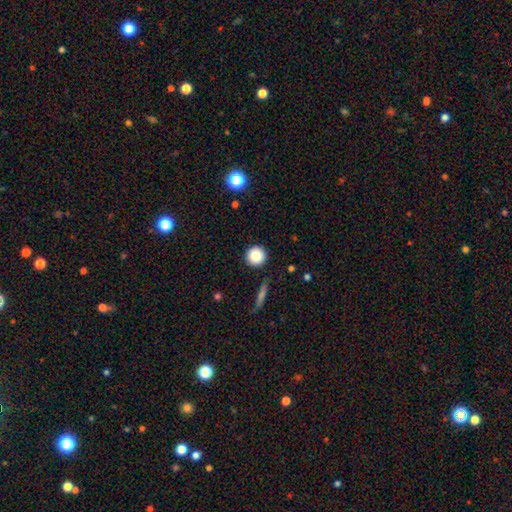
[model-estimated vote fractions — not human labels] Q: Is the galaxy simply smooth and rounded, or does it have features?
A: smooth — 85%.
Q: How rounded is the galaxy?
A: round — 95%.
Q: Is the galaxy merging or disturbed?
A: none — 91%.